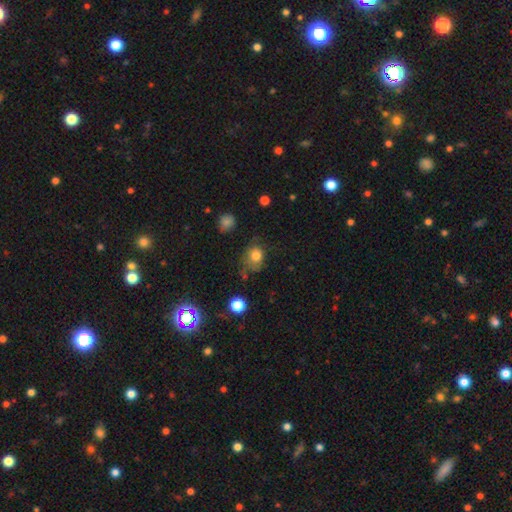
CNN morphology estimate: This appears to be a smooth galaxy with no disk features (77%) that is round (59%). Merging: none (49%).